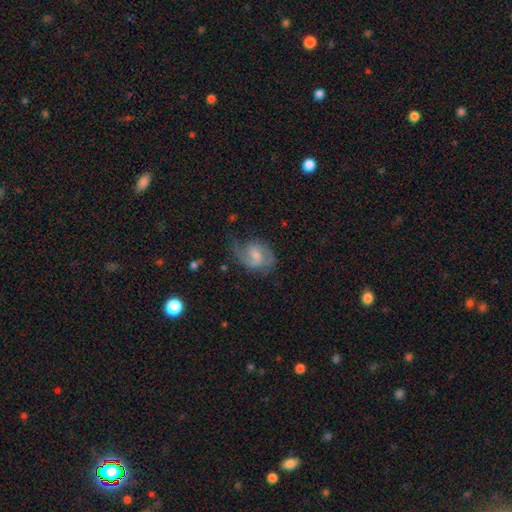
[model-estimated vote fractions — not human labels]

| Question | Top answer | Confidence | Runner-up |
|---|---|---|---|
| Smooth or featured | featured or disk | 78% | smooth (16%) |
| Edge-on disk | no | 97% | yes (3%) |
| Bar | weak | 55% | no (34%) |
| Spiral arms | yes | 94% | no (6%) |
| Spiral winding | medium | 50% | loose (28%) |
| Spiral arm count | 2 | 72% | 1 (17%) |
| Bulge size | small | 45% | moderate (42%) |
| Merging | none | 58% | minor disturbance (24%) |